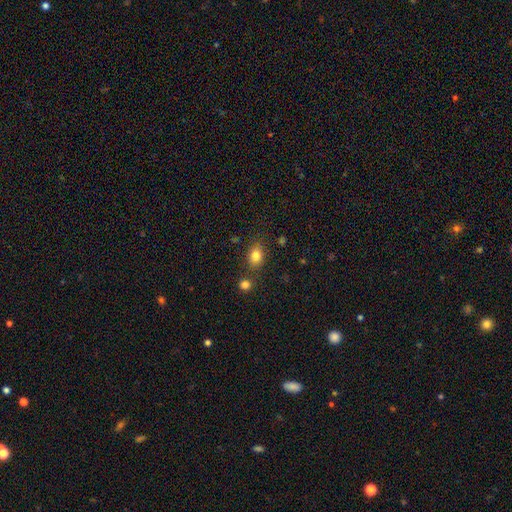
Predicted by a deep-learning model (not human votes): smooth 81%, star or artifact 11%, featured or disk 8%. Down the decision tree: how rounded — in between (66%); merging — none (76%).